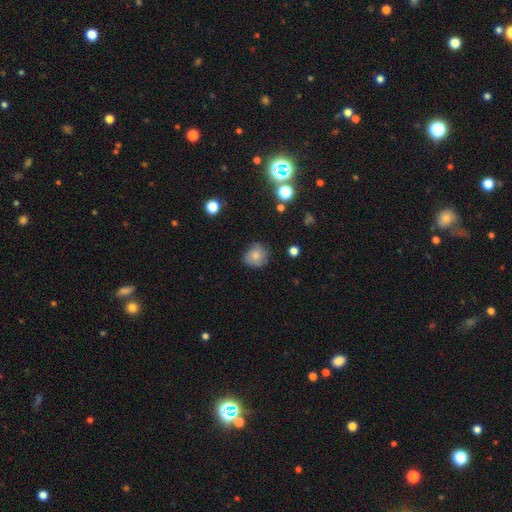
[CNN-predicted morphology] Smooth or featured? smooth (76%)
How rounded? round (83%)
Merging? none (76%)